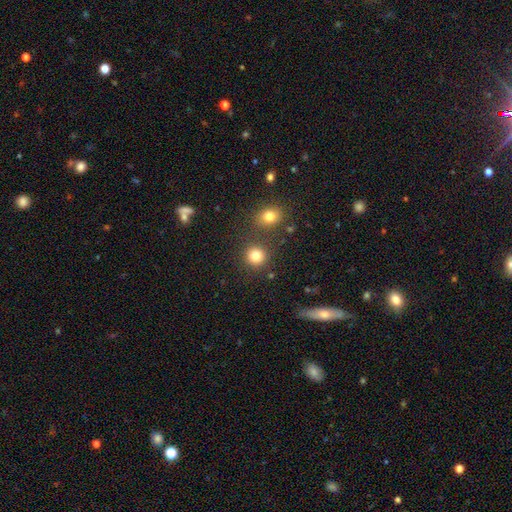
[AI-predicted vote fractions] Q: Smooth or featured?
A: smooth (81%); runner-up: star or artifact (13%)
Q: How rounded?
A: round (90%); runner-up: in between (9%)
Q: Merging?
A: none (82%); runner-up: merger (8%)